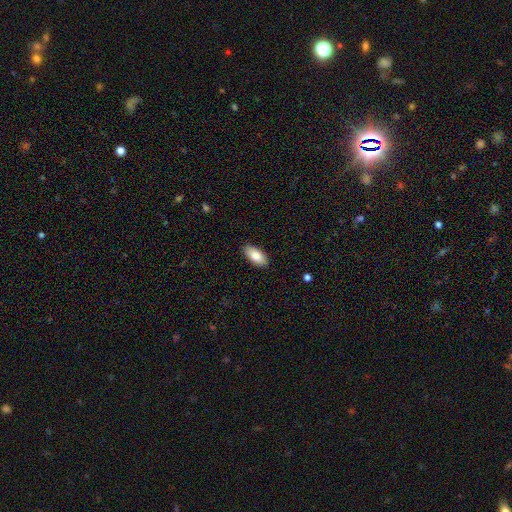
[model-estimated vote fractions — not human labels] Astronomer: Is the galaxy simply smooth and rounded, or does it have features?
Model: smooth — 82%.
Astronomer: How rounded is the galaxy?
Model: in between — 89%.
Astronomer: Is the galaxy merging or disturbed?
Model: none — 89%.